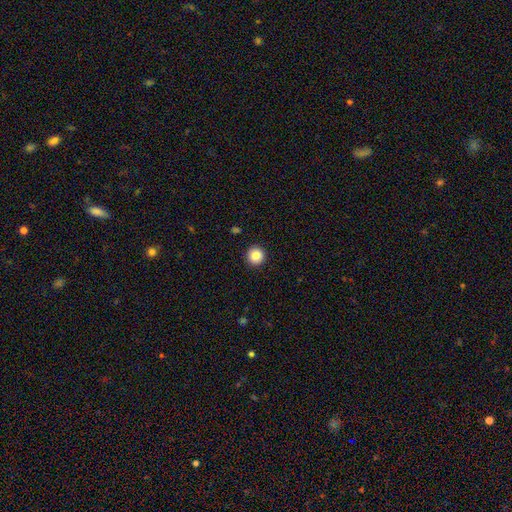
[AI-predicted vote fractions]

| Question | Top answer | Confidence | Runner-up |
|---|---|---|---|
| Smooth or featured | smooth | 86% | star or artifact (9%) |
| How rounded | round | 95% | in between (4%) |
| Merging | none | 93% | minor disturbance (4%) |